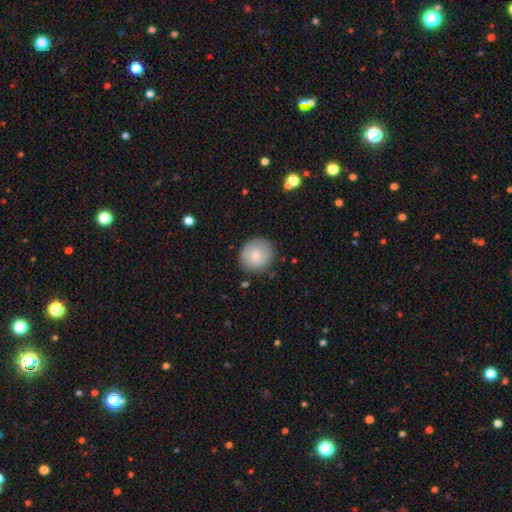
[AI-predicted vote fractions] smooth 75%, featured or disk 18%, star or artifact 7%. Down the decision tree: how rounded — round (90%); merging — none (83%).